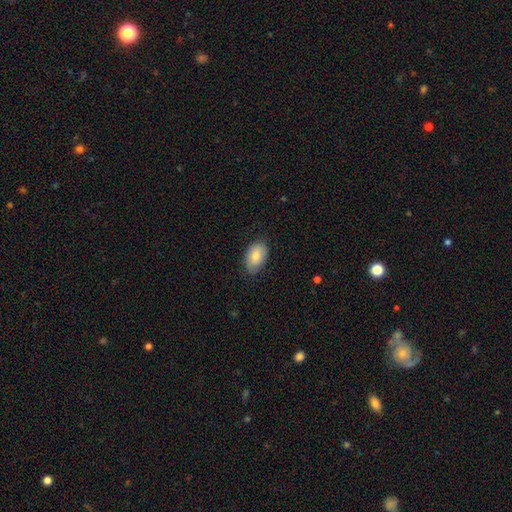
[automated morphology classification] type=smooth (82%); roundness=in between (91%); merging=none (79%).